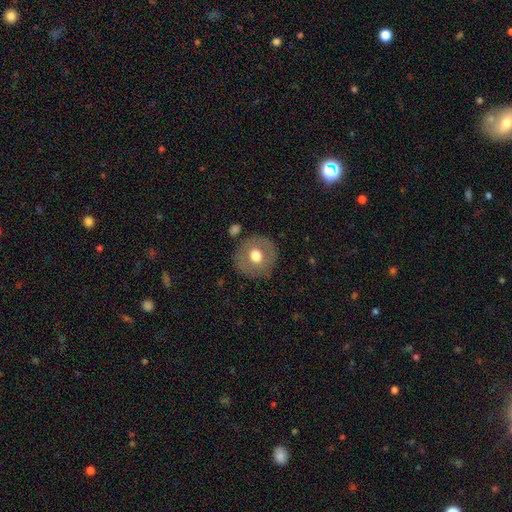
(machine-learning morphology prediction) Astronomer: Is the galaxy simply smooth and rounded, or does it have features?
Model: smooth — 61%.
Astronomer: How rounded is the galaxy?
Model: round — 91%.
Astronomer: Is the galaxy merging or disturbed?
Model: none — 86%.